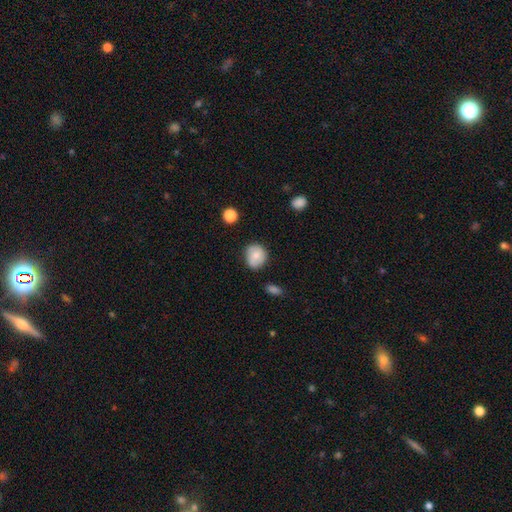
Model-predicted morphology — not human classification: Smooth or featured?
  - smooth: 72% *
  - featured or disk: 21%
  - star or artifact: 8%
How rounded?
  - round: 75% *
  - in between: 24%
  - cigar-shaped: 1%
Merging?
  - none: 70% *
  - minor disturbance: 23%
  - major disturbance: 4%
  - merger: 3%